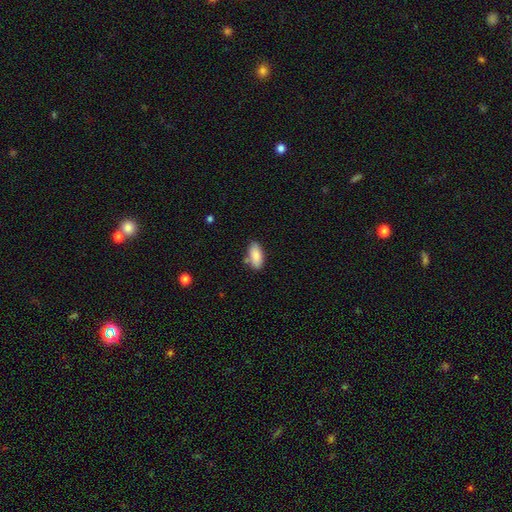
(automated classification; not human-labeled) Morphology: type=smooth (87%); roundness=in between (88%); merging=none (75%).